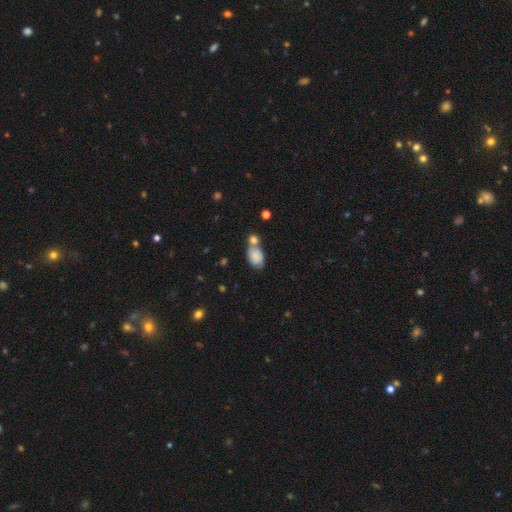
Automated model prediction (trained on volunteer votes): Overall: smooth (79%). How rounded: in between (83%). Merging: merger (46%; none 33%).